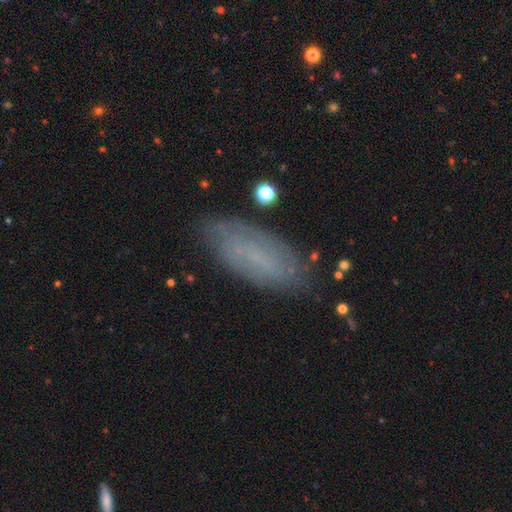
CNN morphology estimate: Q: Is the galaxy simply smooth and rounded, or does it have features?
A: featured or disk — 45%, tied with smooth.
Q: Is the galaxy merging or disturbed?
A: none — 76%.